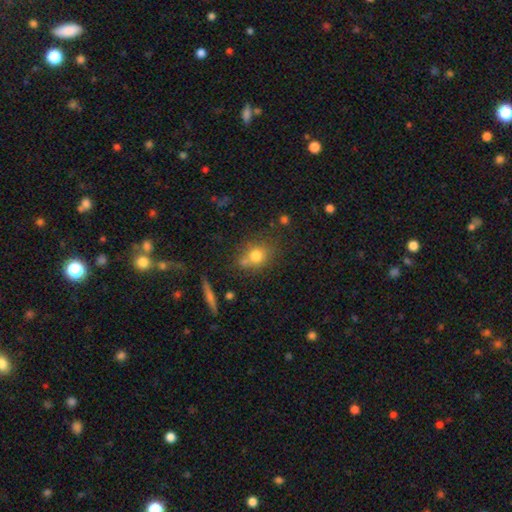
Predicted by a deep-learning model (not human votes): Smooth or featured: smooth — 75% (star or artifact — 13%)
How rounded: round — 70% (in between — 29%)
Merging: none — 59% (merger — 20%)